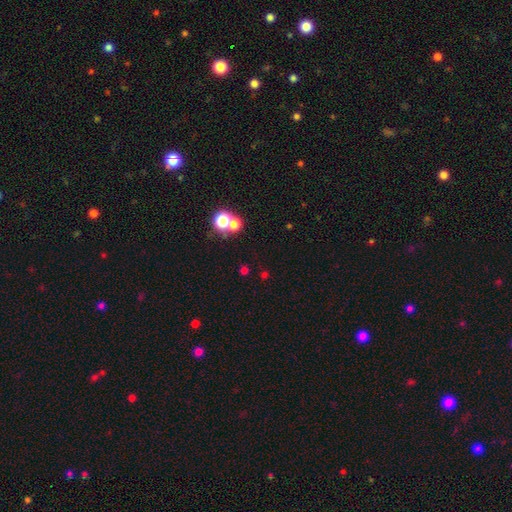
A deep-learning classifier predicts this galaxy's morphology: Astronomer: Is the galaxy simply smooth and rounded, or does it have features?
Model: smooth — 58% (runner-up: star or artifact, 35%).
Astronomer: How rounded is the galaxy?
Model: round — 87%.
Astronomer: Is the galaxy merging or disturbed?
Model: none — 67%.